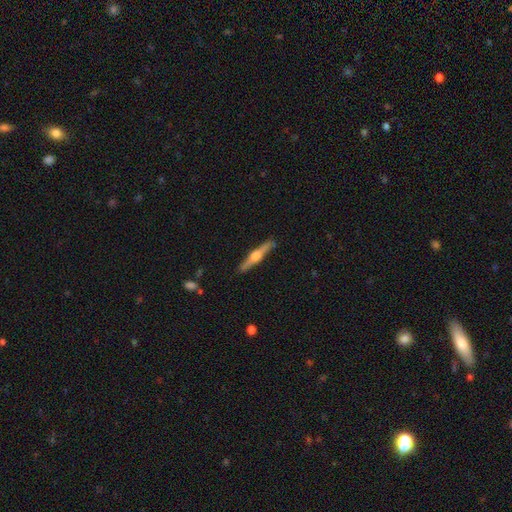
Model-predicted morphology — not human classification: Q: Smooth or featured?
A: featured or disk (69%); runner-up: smooth (26%)
Q: Edge-on disk?
A: yes (97%); runner-up: no (3%)
Q: Edge-on bulge?
A: rounded (93%); runner-up: boxy (4%)
Q: Merging?
A: none (89%); runner-up: minor disturbance (8%)